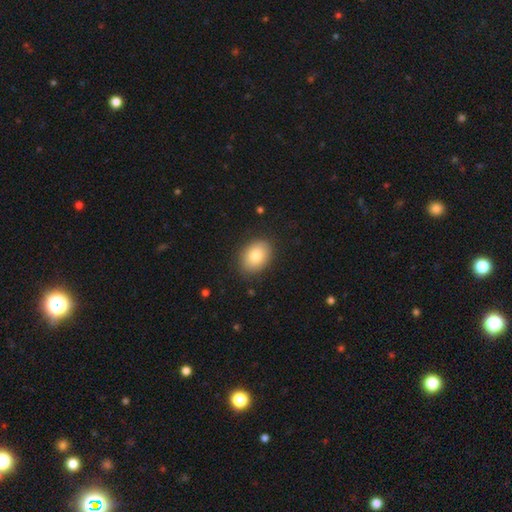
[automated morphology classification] A smooth galaxy with no disk features (83%) that is in between round and cigar-shaped (73%).

Vote fractions:
- Smooth or featured? smooth: 83% / featured or disk: 9% / star or artifact: 7%
- How rounded? in between: 73% / round: 26% / cigar-shaped: 1%
- Merging? none: 86% / minor disturbance: 11% / major disturbance: 3% / merger: 1%